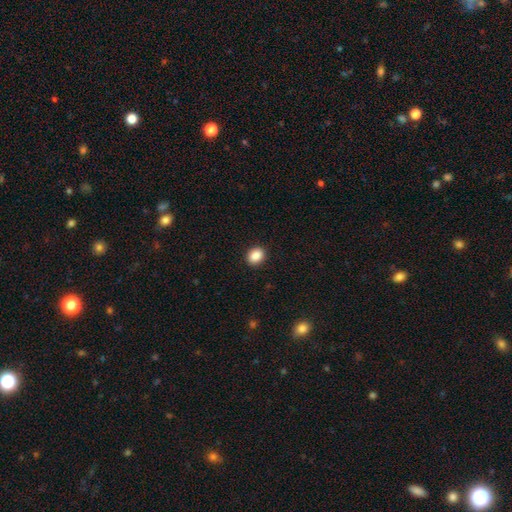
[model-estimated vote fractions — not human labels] Overall: smooth (88%). How rounded: round (51%; in between 48%). Merging: none (91%).